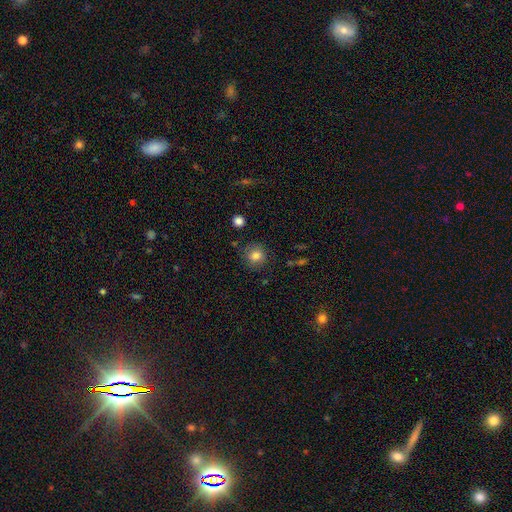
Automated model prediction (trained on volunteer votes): Q: Smooth or featured?
A: smooth (81%); runner-up: star or artifact (10%)
Q: How rounded?
A: round (85%); runner-up: in between (14%)
Q: Merging?
A: none (82%); runner-up: minor disturbance (13%)